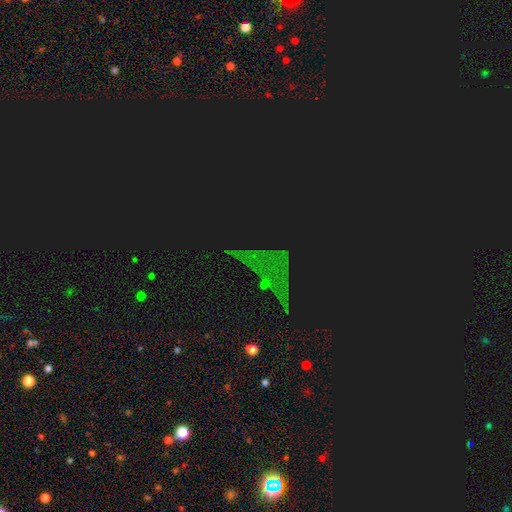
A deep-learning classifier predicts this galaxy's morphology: Q: Smooth or featured?
A: star or artifact (79%); runner-up: smooth (12%)